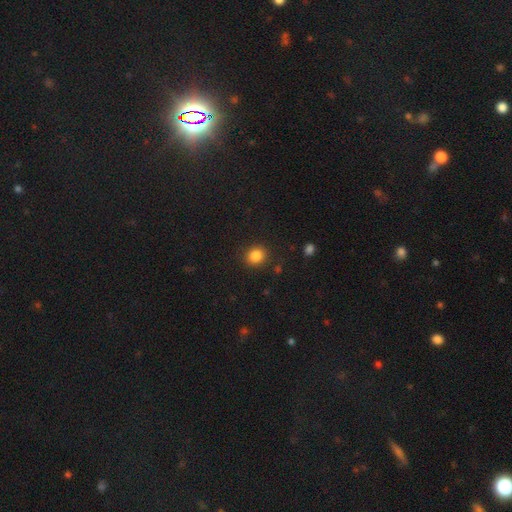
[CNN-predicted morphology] smooth 85%, star or artifact 11%, featured or disk 4%. Down the decision tree: how rounded — round (80%); merging — none (88%).